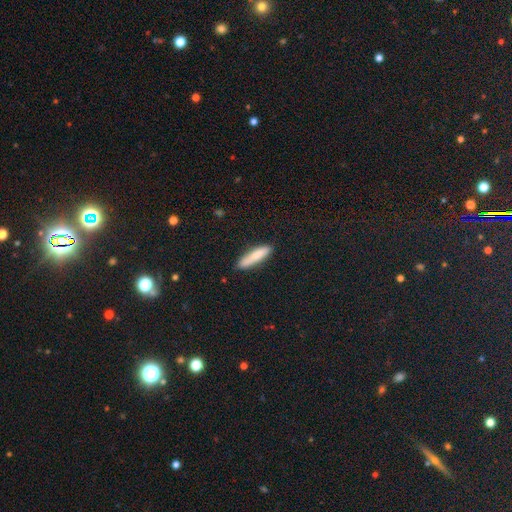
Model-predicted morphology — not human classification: type=smooth (82%); roundness=cigar-shaped (82%); merging=none (85%).